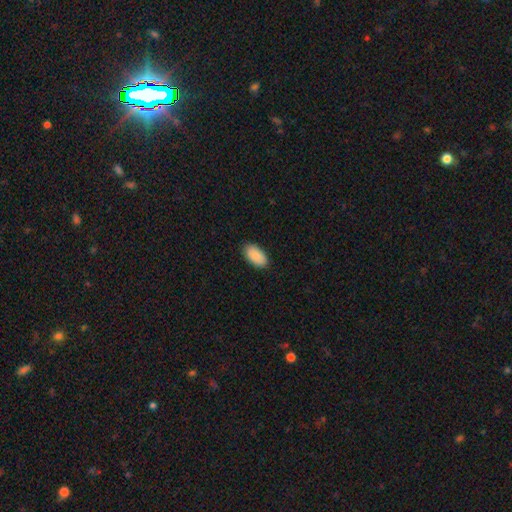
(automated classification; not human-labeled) Overall: smooth (88%). How rounded: in between (95%). Merging: none (88%).